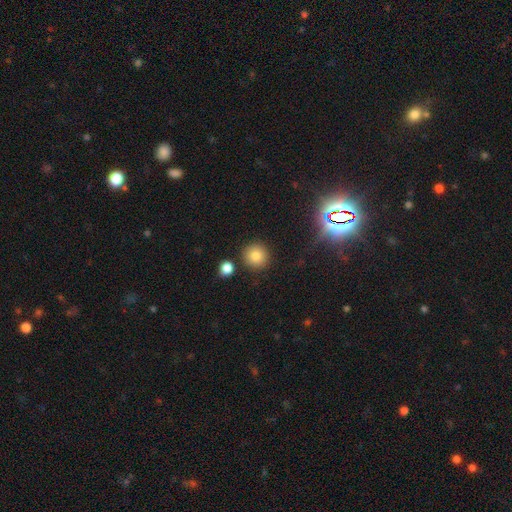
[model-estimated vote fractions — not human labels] Overall: smooth (82%). How rounded: round (93%). Merging: none (87%).